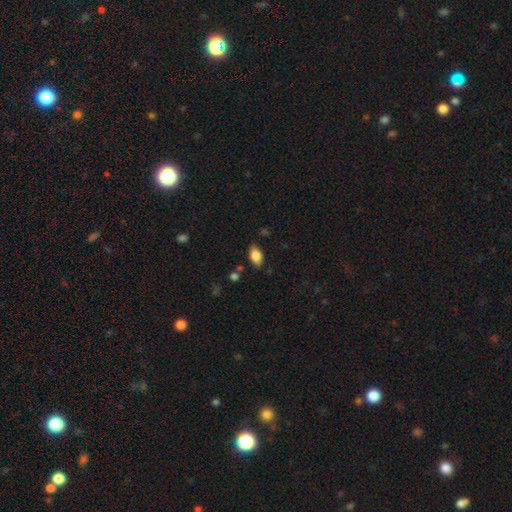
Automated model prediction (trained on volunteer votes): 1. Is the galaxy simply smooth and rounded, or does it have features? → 83% smooth, 9% featured or disk, 8% star or artifact.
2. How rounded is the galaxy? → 91% in between, 5% round, 4% cigar-shaped.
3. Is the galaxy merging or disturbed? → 83% none, 13% minor disturbance, 3% major disturbance, 2% merger.